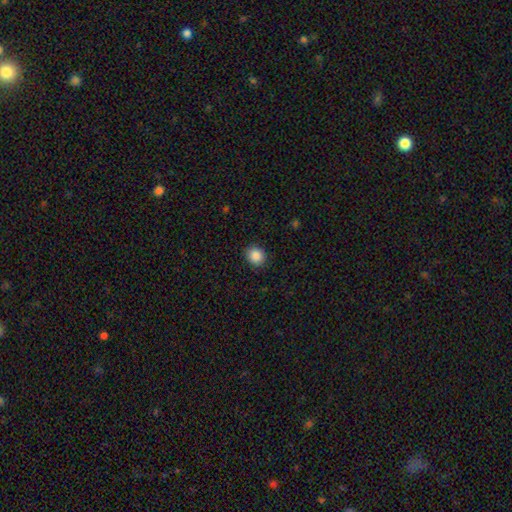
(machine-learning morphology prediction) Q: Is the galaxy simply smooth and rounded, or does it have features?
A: smooth — 88%.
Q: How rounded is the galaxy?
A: round — 77%.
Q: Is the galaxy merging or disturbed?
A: none — 90%.